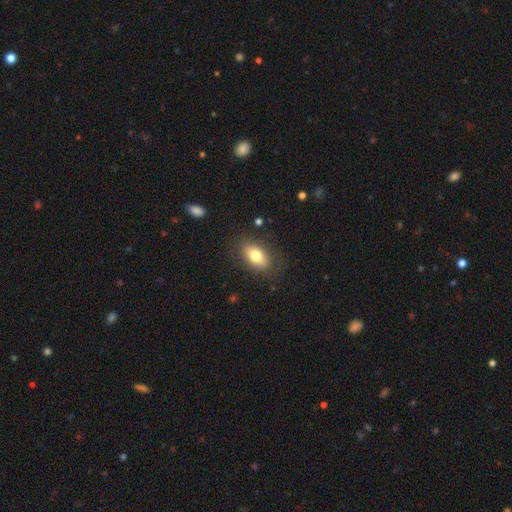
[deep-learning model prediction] This appears to be a smooth galaxy with no disk features (77%) that is in between round and cigar-shaped (88%). Merging: none (82%).